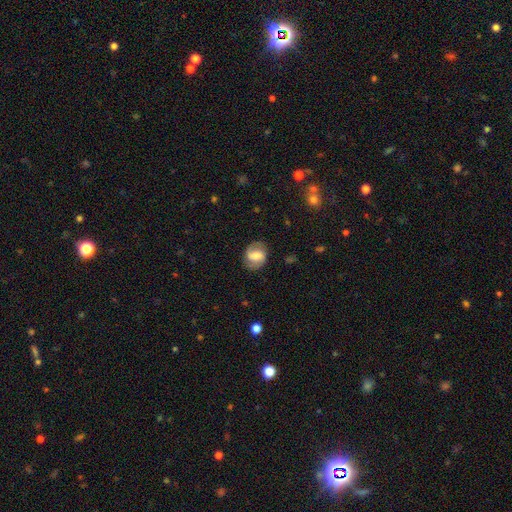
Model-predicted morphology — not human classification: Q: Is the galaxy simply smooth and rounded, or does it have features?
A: featured or disk — 59%.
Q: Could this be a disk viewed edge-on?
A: no — 97%.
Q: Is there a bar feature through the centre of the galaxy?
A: weak — 44%.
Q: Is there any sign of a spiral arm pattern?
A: yes — 85%.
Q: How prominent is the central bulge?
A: moderate — 42%.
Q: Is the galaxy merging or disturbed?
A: none — 79%.